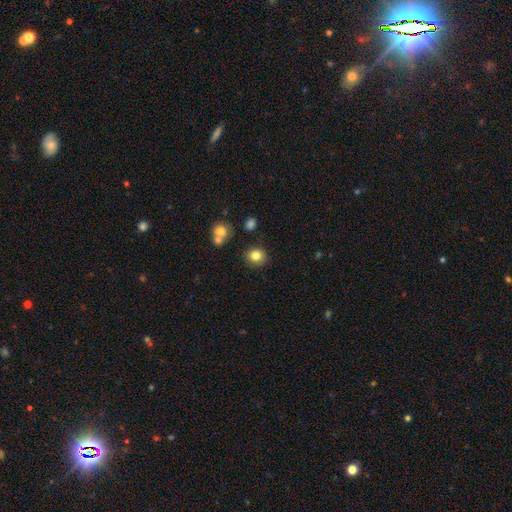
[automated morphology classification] This is clearly a smooth galaxy (82%). How rounded: clearly round (83%). Merging: clearly none (86%).